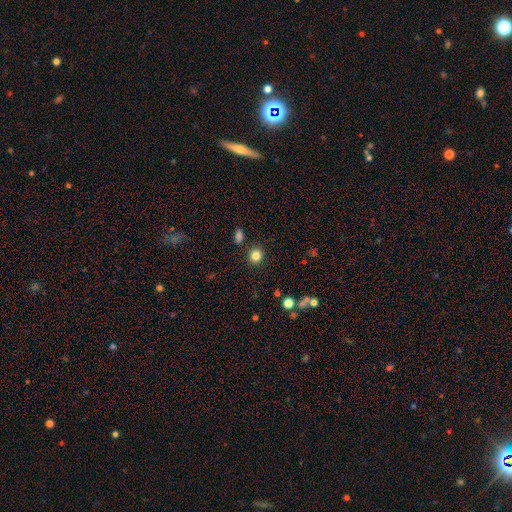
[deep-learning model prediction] smooth 83%, star or artifact 12%, featured or disk 5%. Down the decision tree: how rounded — round (87%); merging — none (89%).